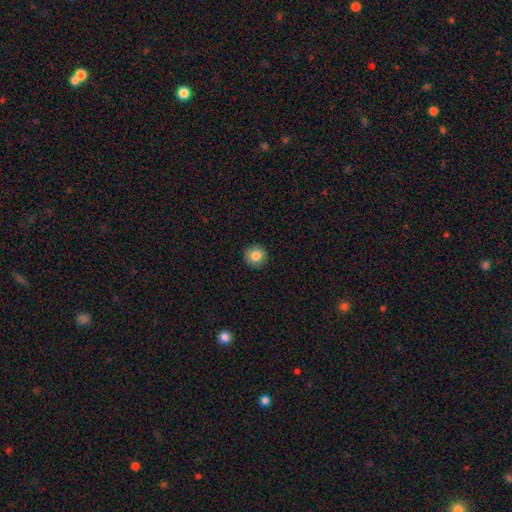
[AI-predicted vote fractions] This is clearly a smooth galaxy (84%). How rounded: clearly round (94%). Merging: clearly none (91%).